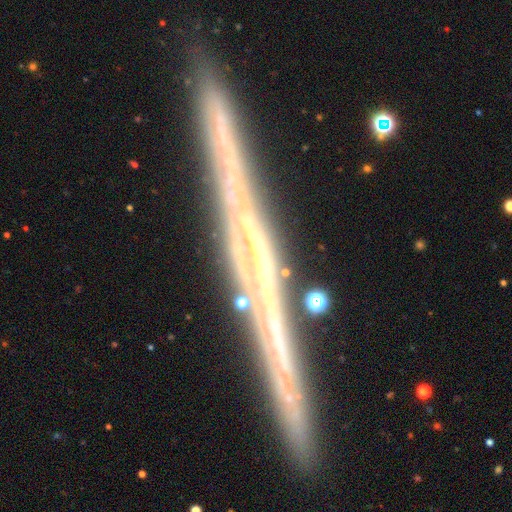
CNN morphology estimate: A featured or disk galaxy (81%) viewed edge-on (97%) with no central bulge (70%). Merging: none (88%).